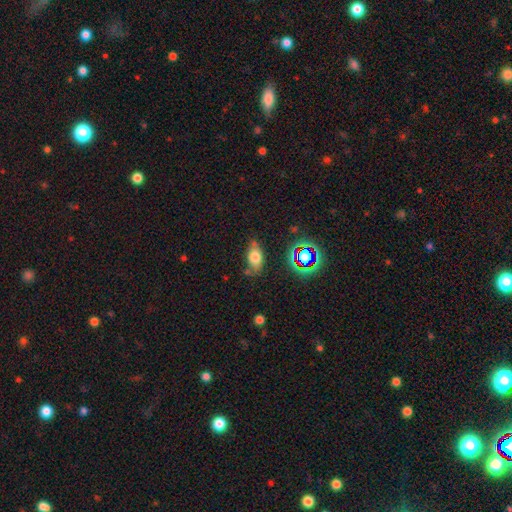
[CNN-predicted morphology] smooth 66%, featured or disk 18%, star or artifact 16%. Down the decision tree: how rounded — in between (84%); merging — none (66%).